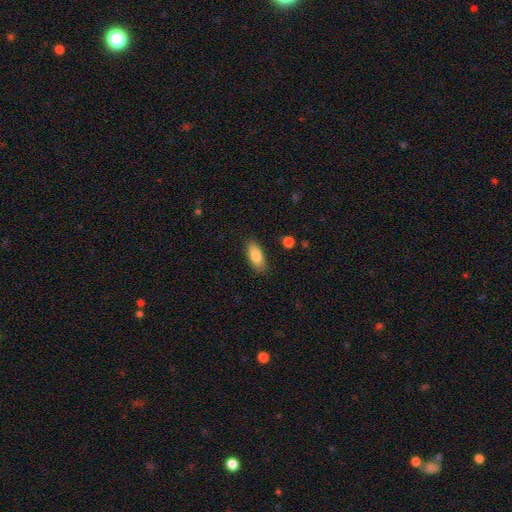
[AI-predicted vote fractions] Smooth or featured? Predicted: smooth (p=0.84). How rounded? Predicted: in between (p=0.84). Merging? Predicted: none (p=0.84).